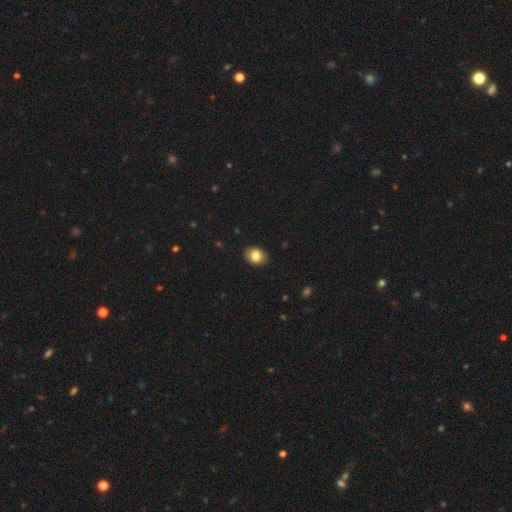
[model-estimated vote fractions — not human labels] A smooth galaxy with no disk features (82%) that is in between round and cigar-shaped (66%).

Vote fractions:
- Smooth or featured? smooth: 82% / featured or disk: 10% / star or artifact: 8%
- How rounded? in between: 66% / round: 33% / cigar-shaped: 1%
- Merging? none: 88% / minor disturbance: 9% / major disturbance: 2% / merger: 1%